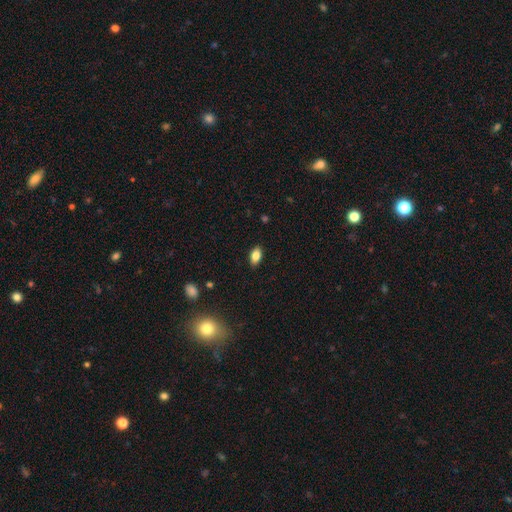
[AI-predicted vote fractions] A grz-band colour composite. It shows a smooth galaxy with no disk features (82%) that is in between round and cigar-shaped (90%). Merging: none (88%).